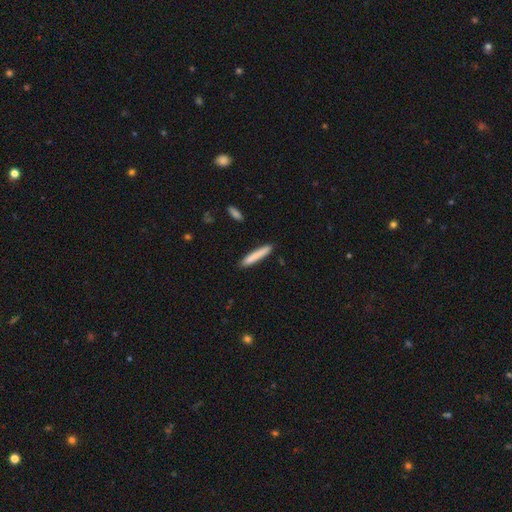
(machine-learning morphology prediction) type=smooth (82%); roundness=cigar-shaped (93%); merging=none (89%).